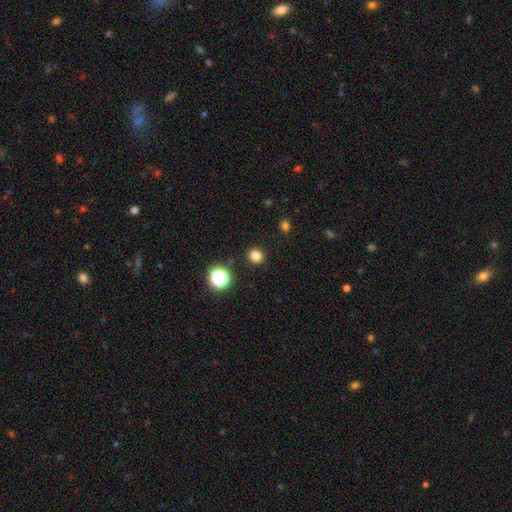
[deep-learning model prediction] smooth 80%, star or artifact 15%, featured or disk 4%. Down the decision tree: how rounded — round (79%); merging — none (90%).